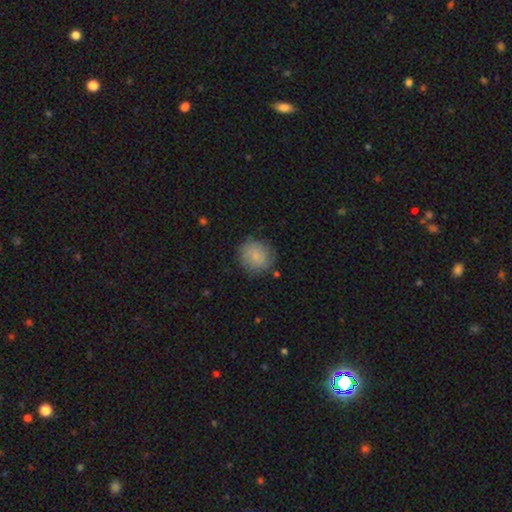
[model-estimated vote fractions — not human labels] Morphology: type=smooth (79%); roundness=round (86%); merging=none (81%).